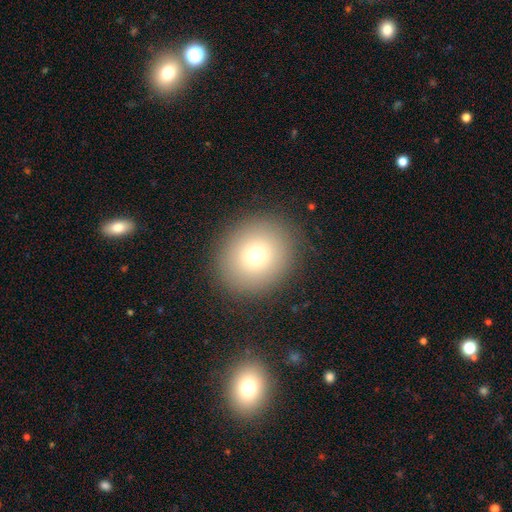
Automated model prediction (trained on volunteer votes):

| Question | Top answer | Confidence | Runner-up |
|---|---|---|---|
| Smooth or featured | smooth | 74% | star or artifact (14%) |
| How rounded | round | 78% | in between (21%) |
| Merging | none | 88% | minor disturbance (7%) |